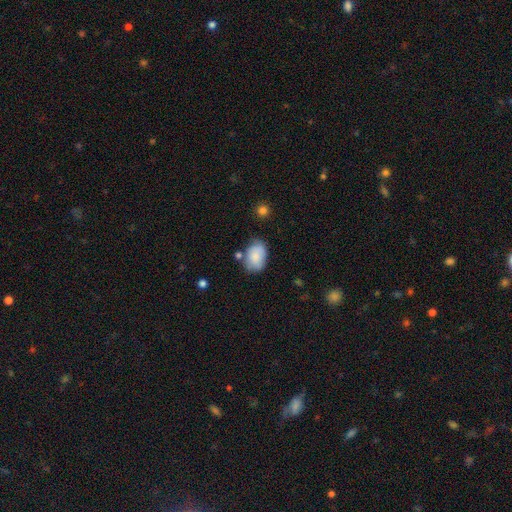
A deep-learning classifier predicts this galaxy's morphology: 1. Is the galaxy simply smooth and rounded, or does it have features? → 80% smooth, 13% featured or disk, 7% star or artifact.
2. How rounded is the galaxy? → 81% in between, 18% round, 1% cigar-shaped.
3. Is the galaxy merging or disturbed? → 63% none, 24% minor disturbance, 7% merger, 6% major disturbance.